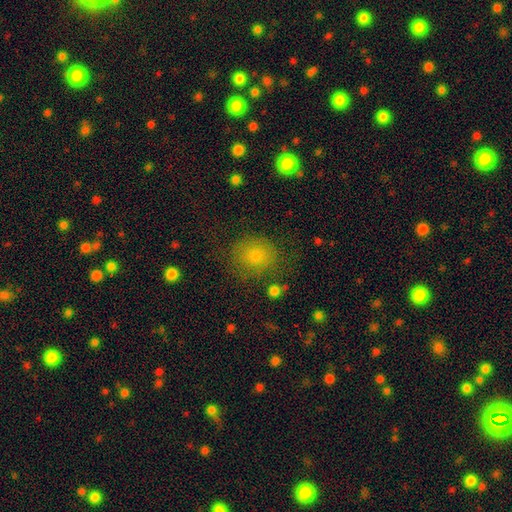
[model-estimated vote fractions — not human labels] Morphology: type=smooth (74%); roundness=round (74%); merging=none (76%).